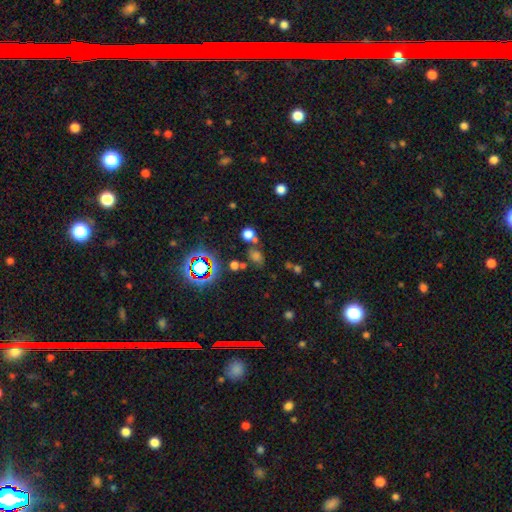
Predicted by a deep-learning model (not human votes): smooth-or-featured: smooth: 47% | star or artifact: 42% | featured or disk: 11%
  merging: none: 67% | merger: 15% | minor disturbance: 12% | major disturbance: 6%